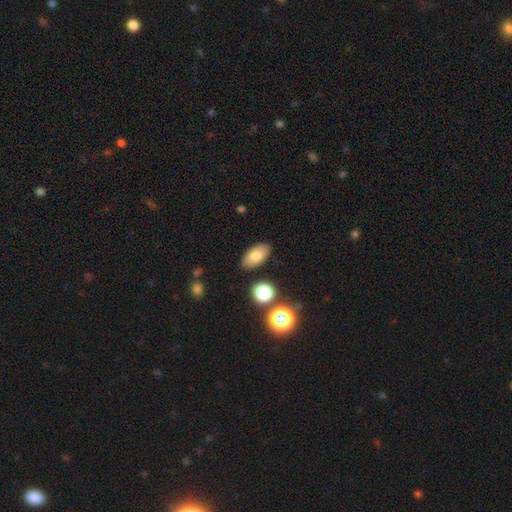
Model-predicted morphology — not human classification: Q: Smooth or featured?
A: smooth (77%); runner-up: featured or disk (13%)
Q: How rounded?
A: in between (92%); runner-up: round (5%)
Q: Merging?
A: none (86%); runner-up: minor disturbance (9%)